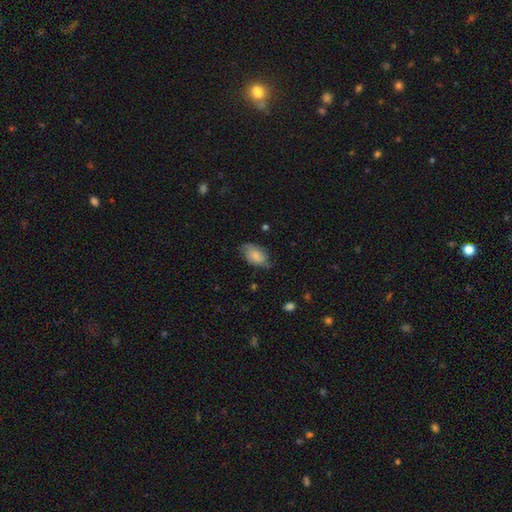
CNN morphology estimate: smooth-or-featured: smooth: 73% | featured or disk: 20% | star or artifact: 7%
  how-rounded: in between: 91% | round: 7% | cigar-shaped: 2%
  merging: none: 62% | minor disturbance: 29% | major disturbance: 7% | merger: 1%